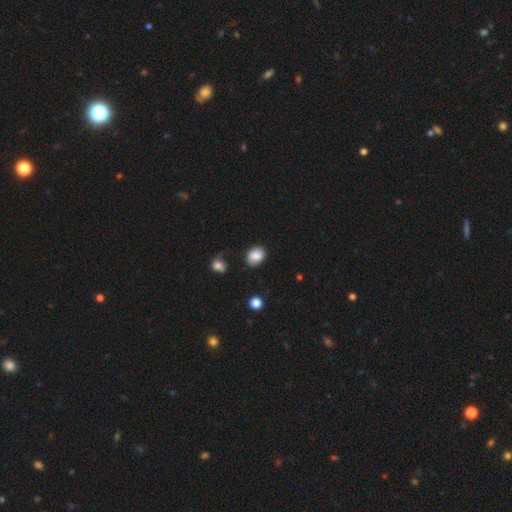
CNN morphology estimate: A smooth galaxy with no disk features (83%) that is in between round and cigar-shaped (64%).

Vote fractions:
- Smooth or featured? smooth: 83% / star or artifact: 9% / featured or disk: 8%
- How rounded? in between: 64% / round: 35% / cigar-shaped: 1%
- Merging? none: 72% / minor disturbance: 20% / major disturbance: 5% / merger: 3%